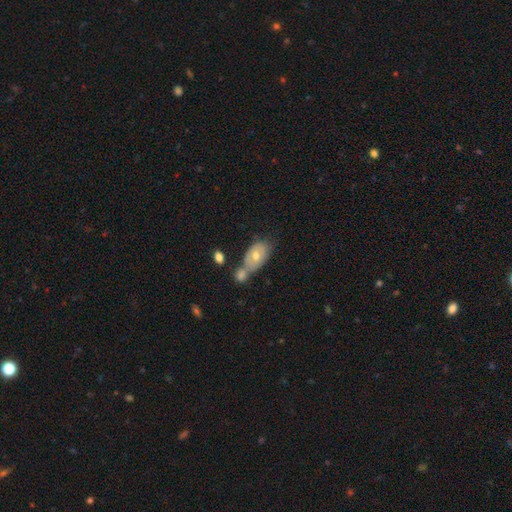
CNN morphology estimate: This appears to be a smooth galaxy with no disk features (54%) that is in between round and cigar-shaped (85%). Merging: merger (41%).